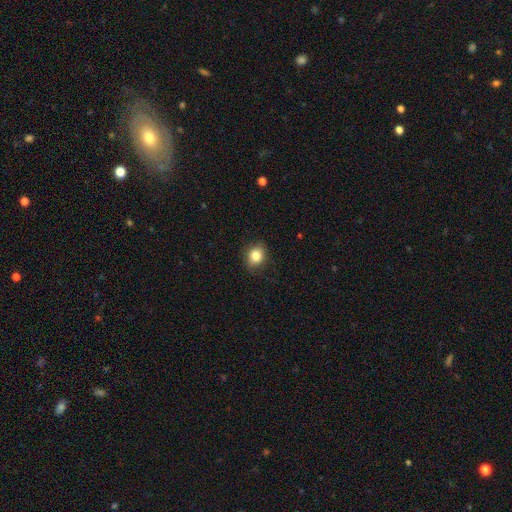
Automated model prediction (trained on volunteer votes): Morphology: type=smooth (83%); roundness=round (57%); merging=none (85%).